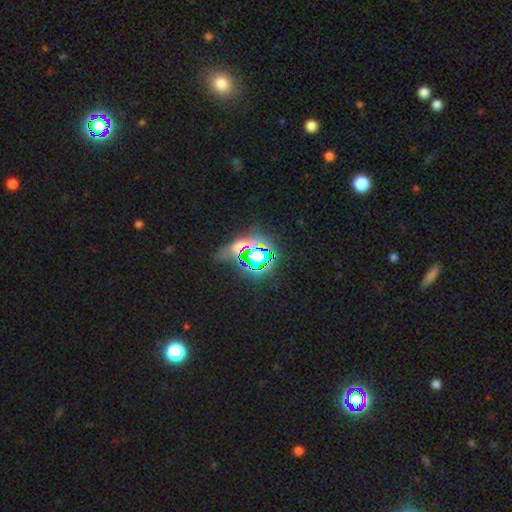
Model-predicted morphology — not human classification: This is likely a star or artifact rather than a galaxy (65%).